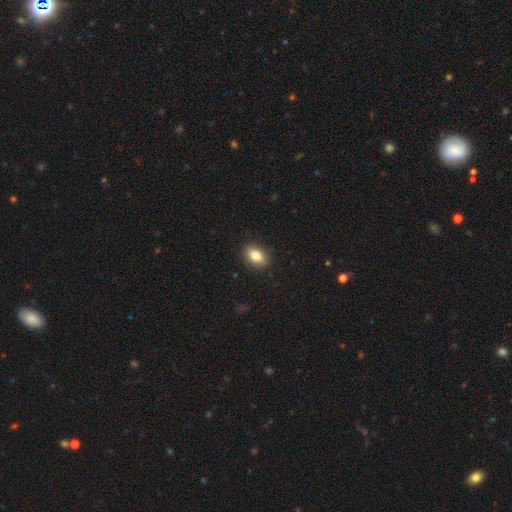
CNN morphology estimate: smooth_or_featured: smooth (p=0.85) [alt: star or artifact p=0.08]
how_rounded: in between (p=0.86) [alt: round p=0.12]
merging: none (p=0.89) [alt: minor disturbance p=0.08]